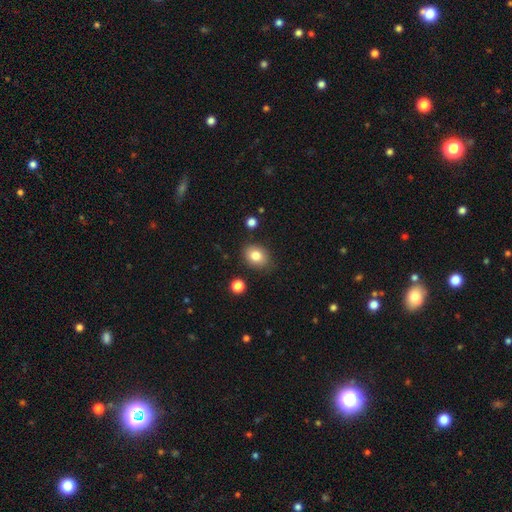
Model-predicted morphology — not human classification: Overall: smooth (82%). How rounded: in between (61%; round 38%). Merging: none (83%).